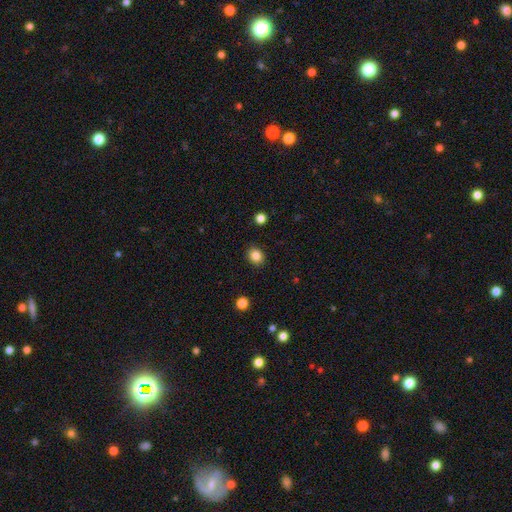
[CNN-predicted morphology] A smooth galaxy with no disk features (85%) that is round (60%). Merging: none (90%).